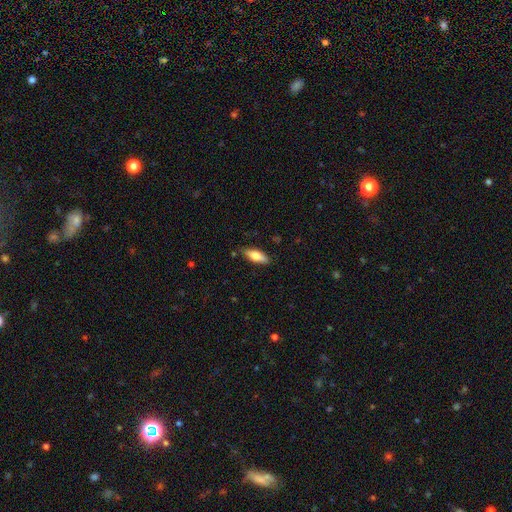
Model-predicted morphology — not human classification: A smooth galaxy with no disk features (72%) that is in between round and cigar-shaped (63%). Merging: none (84%).